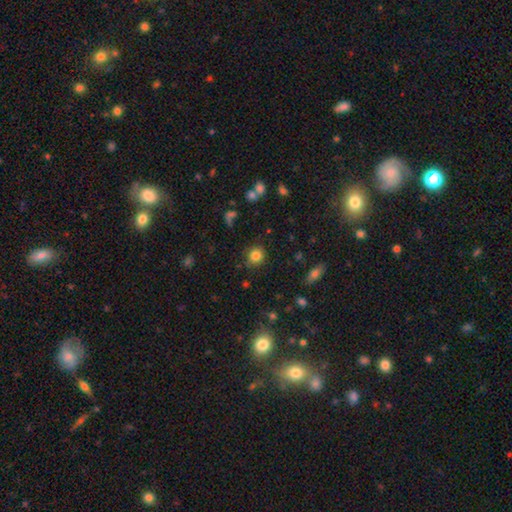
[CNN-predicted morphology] smooth_or_featured: smooth (p=0.83) [alt: star or artifact p=0.12]
how_rounded: round (p=0.88) [alt: in between p=0.11]
merging: none (p=0.86) [alt: minor disturbance p=0.09]